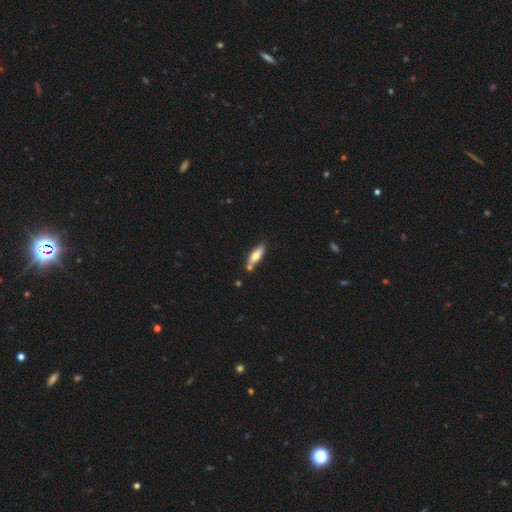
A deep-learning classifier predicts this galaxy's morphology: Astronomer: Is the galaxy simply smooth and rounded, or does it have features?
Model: smooth — 71%.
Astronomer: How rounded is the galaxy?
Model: in between — 52% (runner-up: cigar-shaped, 47%).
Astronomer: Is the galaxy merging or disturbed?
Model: none — 68%.